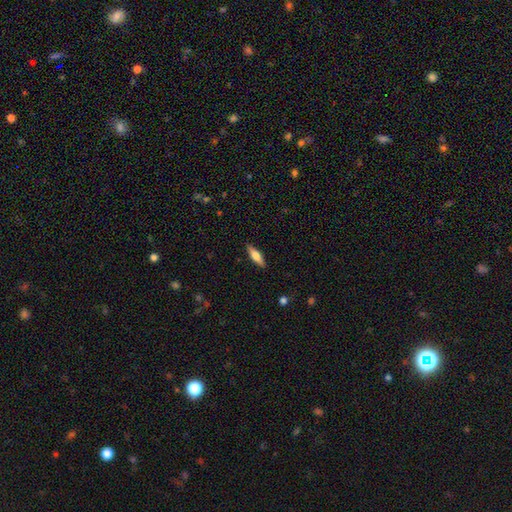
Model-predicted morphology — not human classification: This is possibly a smooth galaxy (58%). How rounded: possibly cigar-shaped (55%). Merging: clearly none (89%).